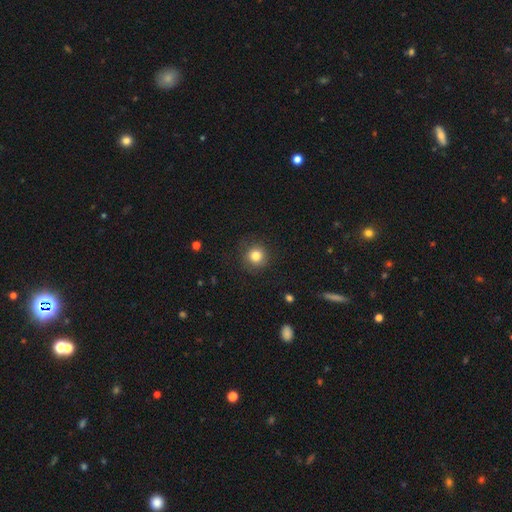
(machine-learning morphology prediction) Smooth or featured? smooth (81%)
How rounded? round (93%)
Merging? none (85%)